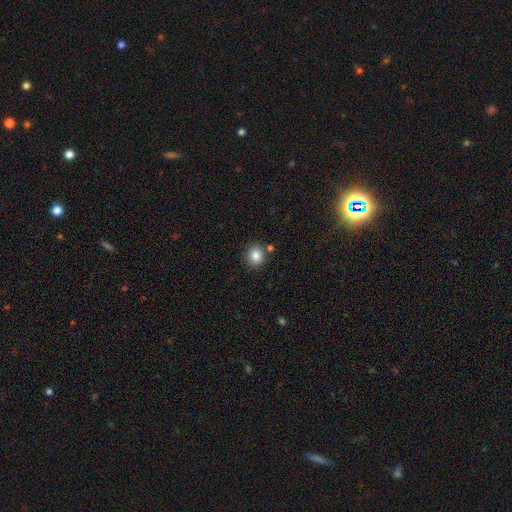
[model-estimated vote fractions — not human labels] Smooth or featured?
  - smooth: 84% *
  - star or artifact: 10%
  - featured or disk: 6%
How rounded?
  - round: 78% *
  - in between: 21%
  - cigar-shaped: 1%
Merging?
  - none: 80% *
  - minor disturbance: 9%
  - merger: 8%
  - major disturbance: 3%